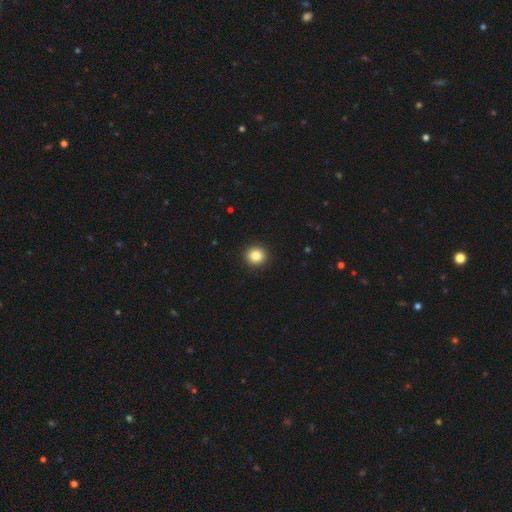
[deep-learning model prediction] This appears to be a smooth galaxy with no disk features (85%) that is round (92%). Merging: none (93%).